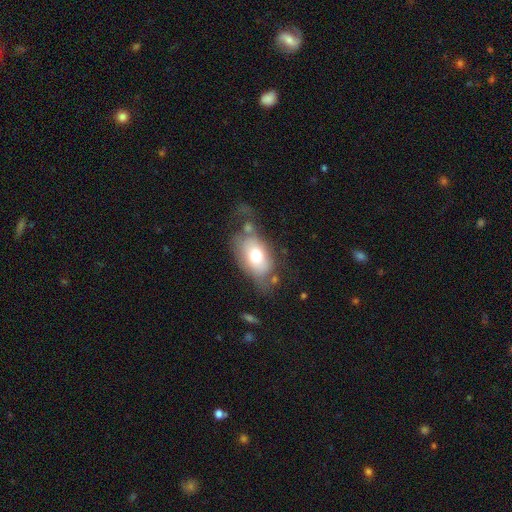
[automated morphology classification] This is likely a smooth galaxy (65%). How rounded: clearly in between (88%). Merging: marginally none (40%).